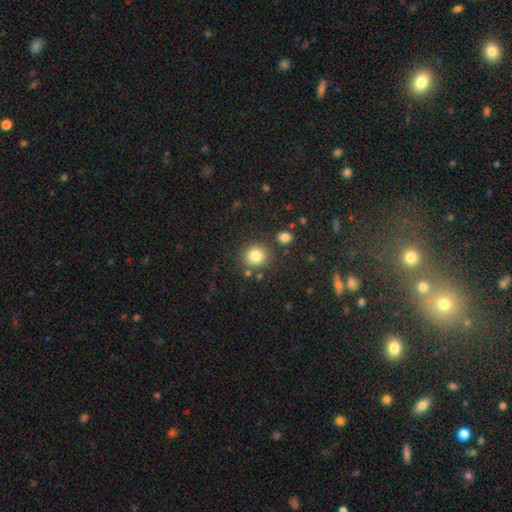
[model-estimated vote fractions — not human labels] This is clearly a smooth galaxy (82%). How rounded: clearly round (88%). Merging: clearly none (83%).